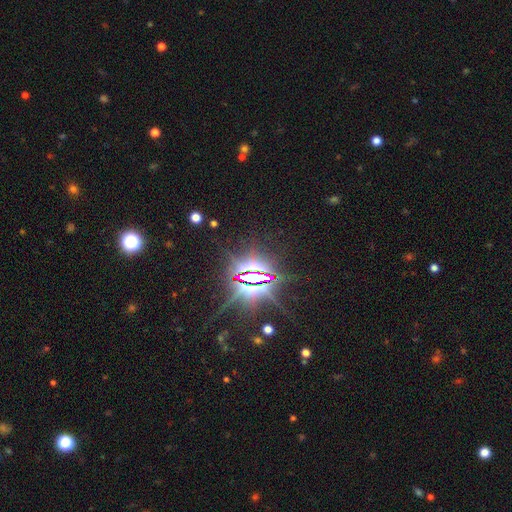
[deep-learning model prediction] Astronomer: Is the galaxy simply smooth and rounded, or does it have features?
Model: star or artifact — 86%.